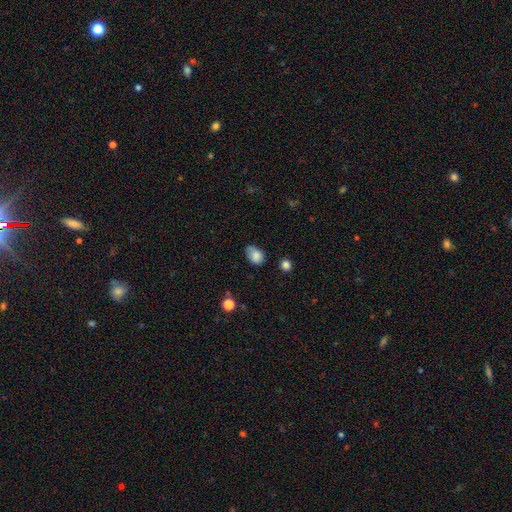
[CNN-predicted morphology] smooth_or_featured: smooth (p=0.81) [alt: featured or disk p=0.10]
how_rounded: in between (p=0.79) [alt: round p=0.20]
merging: none (p=0.55) [alt: minor disturbance p=0.34]